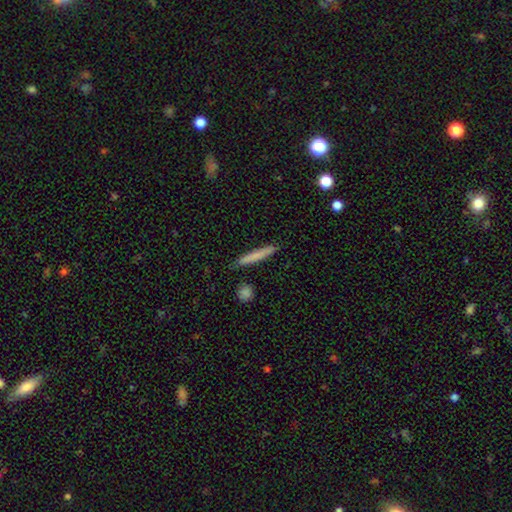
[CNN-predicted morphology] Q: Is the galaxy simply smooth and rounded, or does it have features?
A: smooth — 74%.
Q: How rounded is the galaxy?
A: cigar-shaped — 95%.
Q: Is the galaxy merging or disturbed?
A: none — 86%.